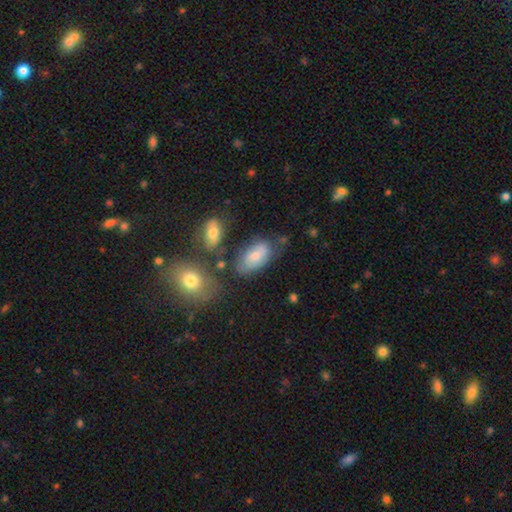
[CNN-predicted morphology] Smooth or featured? smooth (55%)
How rounded? in between (91%)
Merging? none (56%)